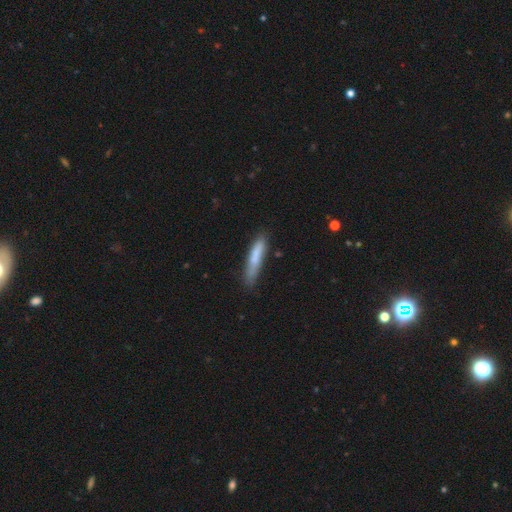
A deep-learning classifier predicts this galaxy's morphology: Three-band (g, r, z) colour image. It shows a smooth galaxy with no disk features (74%) that is cigar-shaped (90%). Merging: none (74%).